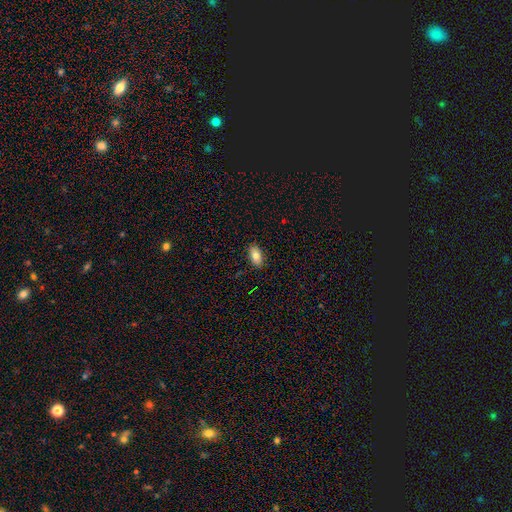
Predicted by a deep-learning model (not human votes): Morphology: type=smooth (81%); roundness=in between (91%); merging=none (88%).